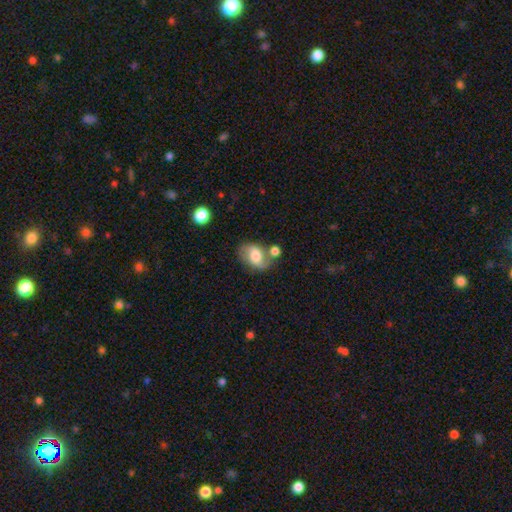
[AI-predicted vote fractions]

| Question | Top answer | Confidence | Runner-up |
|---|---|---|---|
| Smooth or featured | smooth | 57% | featured or disk (34%) |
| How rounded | in between | 78% | round (21%) |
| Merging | none | 51% | minor disturbance (21%) |